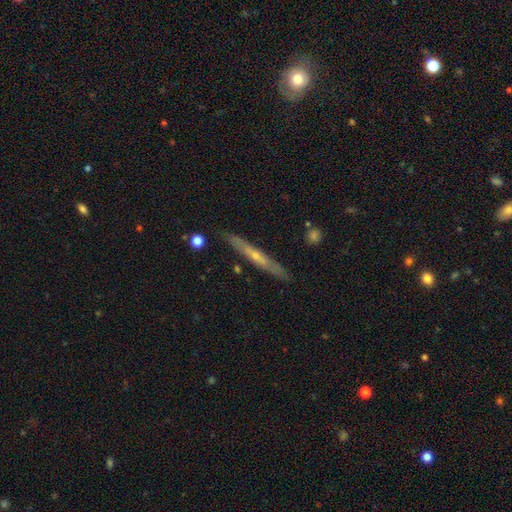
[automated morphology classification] A featured or disk galaxy (64%) viewed edge-on (93%) with a rounded central bulge (54%). Merging: none (87%).